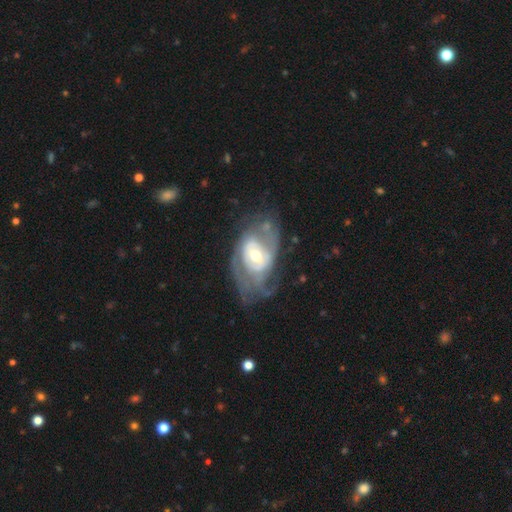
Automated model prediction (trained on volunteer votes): This is clearly a featured or disk galaxy (80%). It is clearly not viewed edge-on (96%). Bar: possibly no (45%). Spiral arm pattern: likely yes (80%). Spiral arm count: possibly 2 (49%). Spiral winding: marginally tight (43%). Central bulge: possibly moderate (59%). Merging: possibly none (51%).